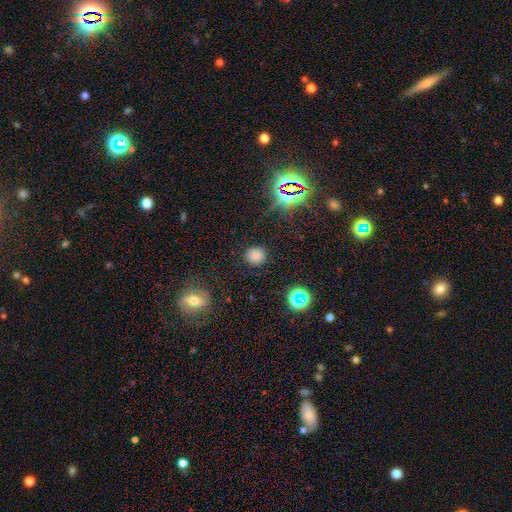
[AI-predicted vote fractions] Overall: smooth (70%). How rounded: round (87%). Merging: none (88%).